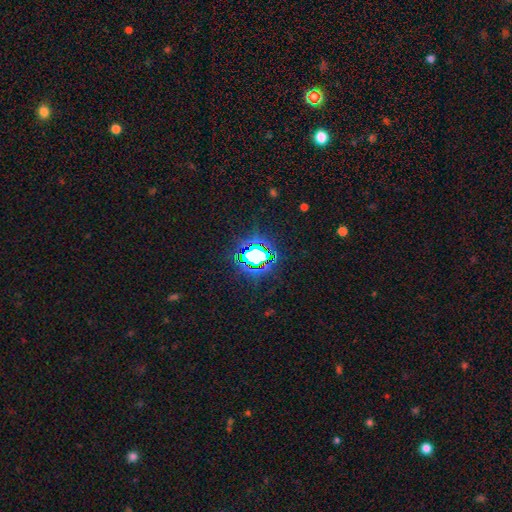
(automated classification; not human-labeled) star or artifact 73%, smooth 16%, featured or disk 11%.